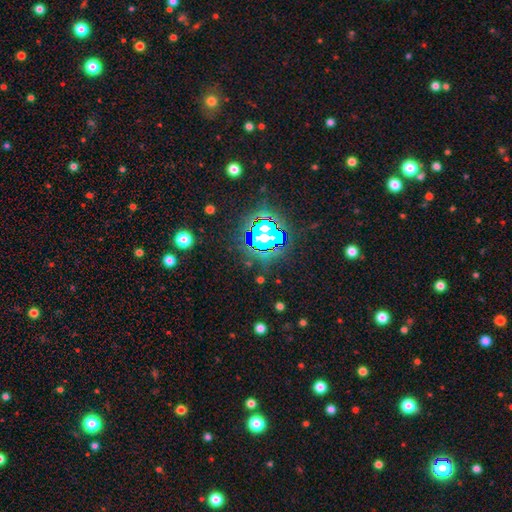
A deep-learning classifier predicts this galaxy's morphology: This appears to be a star or artifact, not a galaxy (81%).